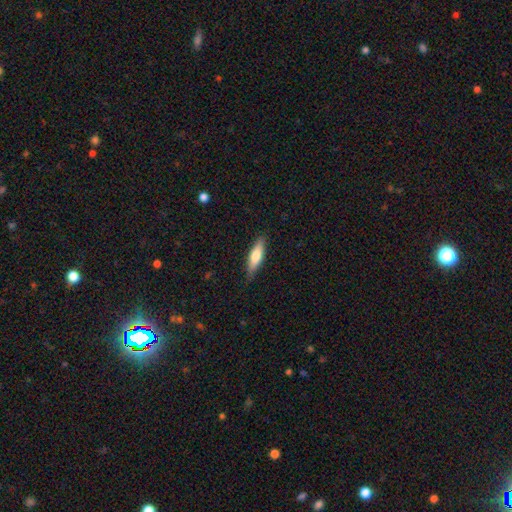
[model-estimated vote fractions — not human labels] A smooth galaxy with no disk features (65%) that is cigar-shaped (58%). Merging: none (83%).